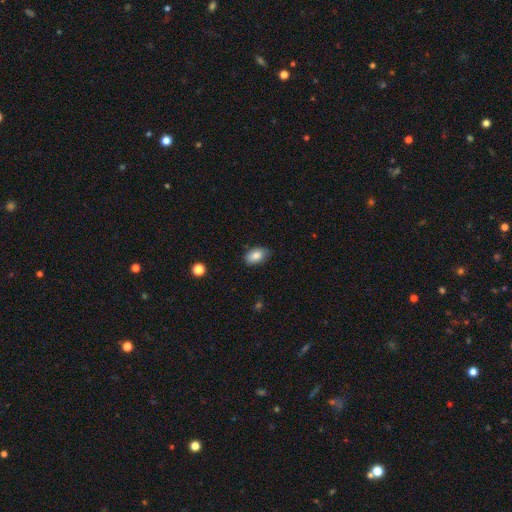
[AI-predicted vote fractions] This appears to be a smooth galaxy with no disk features (85%) that is in between round and cigar-shaped (90%). Merging: none (81%).